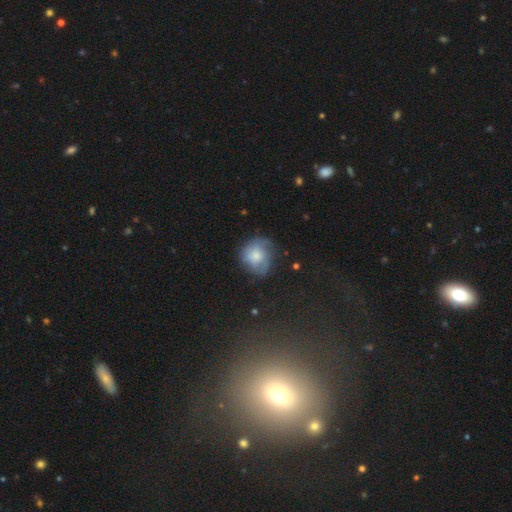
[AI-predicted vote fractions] Smooth or featured: smooth — 60% (featured or disk — 31%)
How rounded: round — 75% (in between — 24%)
Merging: none — 55% (minor disturbance — 28%)